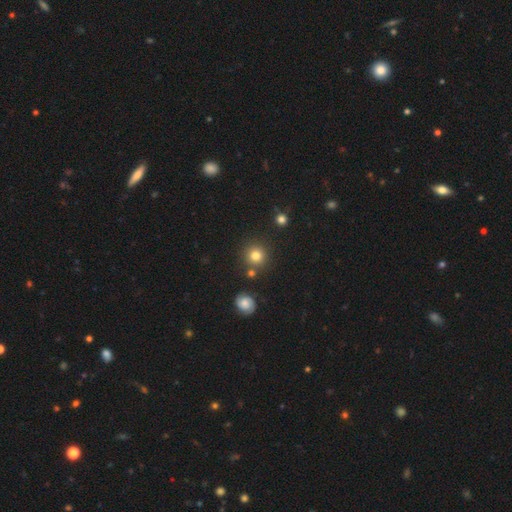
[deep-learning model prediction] The model was most divided on "smooth or featured": smooth: 79%, star or artifact: 12%, featured or disk: 8%. More confident: how rounded — round (94%); merging — none (83%).